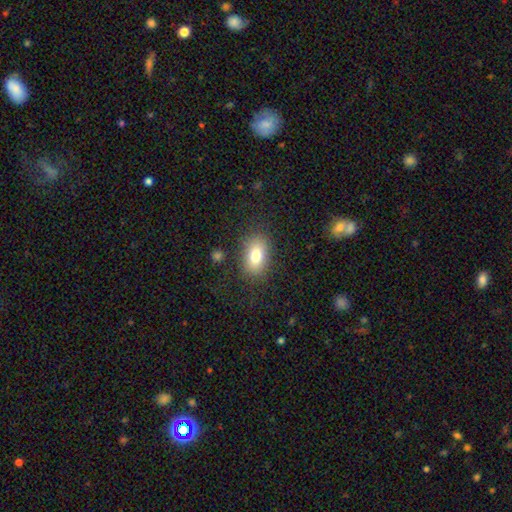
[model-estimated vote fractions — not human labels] Smooth or featured: smooth — 79% (featured or disk — 12%)
How rounded: in between — 87% (round — 10%)
Merging: none — 82% (minor disturbance — 11%)